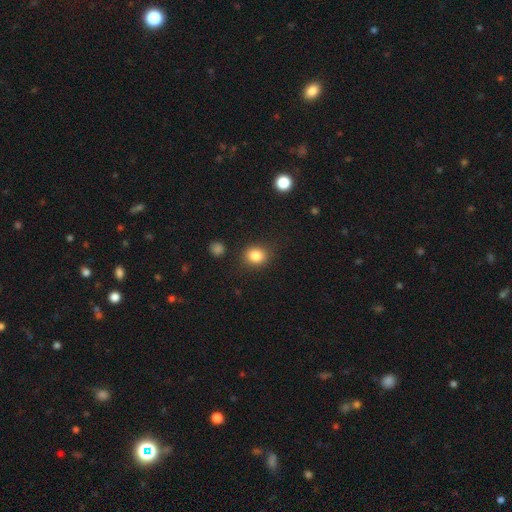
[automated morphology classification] A smooth galaxy with no disk features (84%) that is round (71%).

Vote fractions:
- Smooth or featured? smooth: 84% / star or artifact: 10% / featured or disk: 5%
- How rounded? round: 71% / in between: 28% / cigar-shaped: 1%
- Merging? none: 86% / minor disturbance: 9% / major disturbance: 3% / merger: 2%